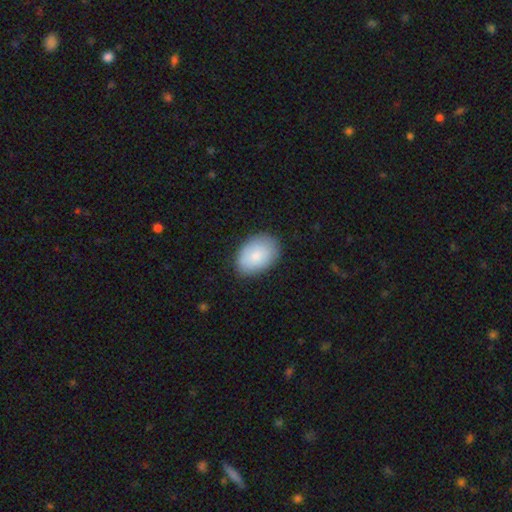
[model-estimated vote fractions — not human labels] smooth-or-featured: smooth: 81% | featured or disk: 13% | star or artifact: 6%
  how-rounded: in between: 85% | round: 14% | cigar-shaped: 1%
  merging: none: 84% | minor disturbance: 12% | major disturbance: 3% | merger: 1%